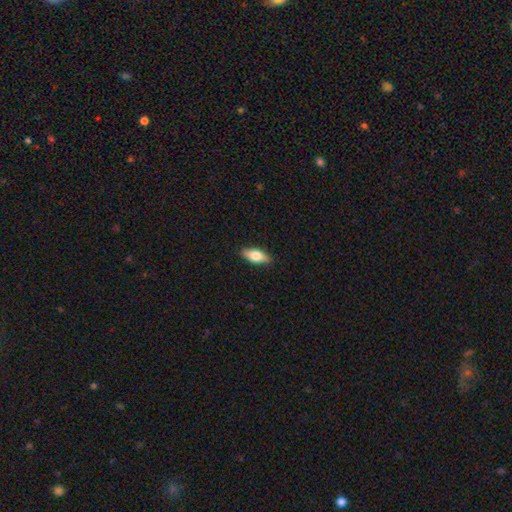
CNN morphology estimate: Smooth or featured?
  - smooth: 69% *
  - featured or disk: 24%
  - star or artifact: 6%
How rounded?
  - in between: 80% *
  - cigar-shaped: 17%
  - round: 4%
Merging?
  - none: 88% *
  - minor disturbance: 10%
  - major disturbance: 2%
  - merger: 1%